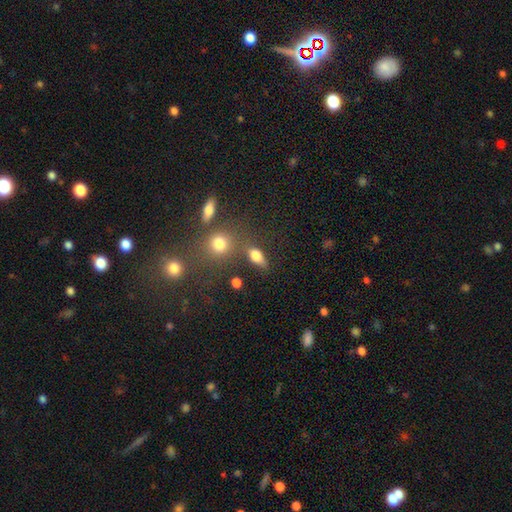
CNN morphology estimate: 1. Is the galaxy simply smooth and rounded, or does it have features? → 75% smooth, 13% featured or disk, 12% star or artifact.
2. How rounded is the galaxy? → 71% in between, 17% round, 11% cigar-shaped.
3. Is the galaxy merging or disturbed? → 60% none, 17% minor disturbance, 15% merger, 8% major disturbance.